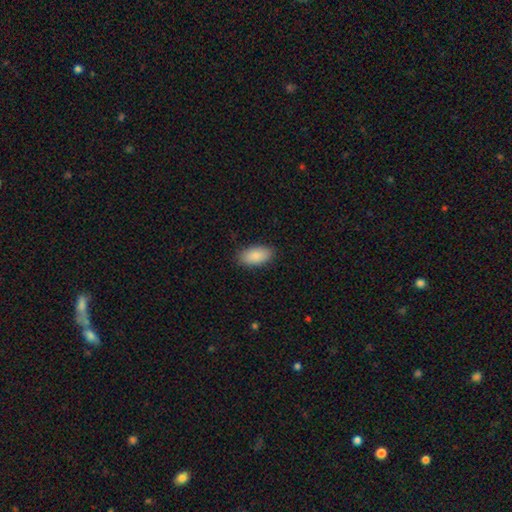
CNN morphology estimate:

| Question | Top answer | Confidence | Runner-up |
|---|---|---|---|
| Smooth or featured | smooth | 89% | star or artifact (6%) |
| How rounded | in between | 94% | cigar-shaped (4%) |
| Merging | none | 87% | minor disturbance (10%) |